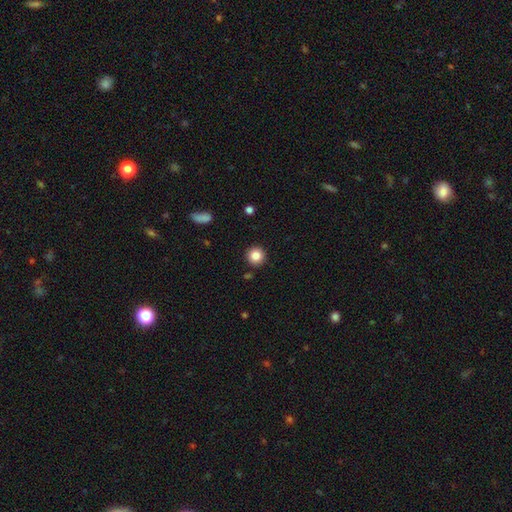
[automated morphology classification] Smooth or featured?
  - smooth: 85% *
  - star or artifact: 10%
  - featured or disk: 5%
How rounded?
  - round: 95% *
  - in between: 4%
  - cigar-shaped: 1%
Merging?
  - none: 91% *
  - minor disturbance: 5%
  - major disturbance: 2%
  - merger: 2%